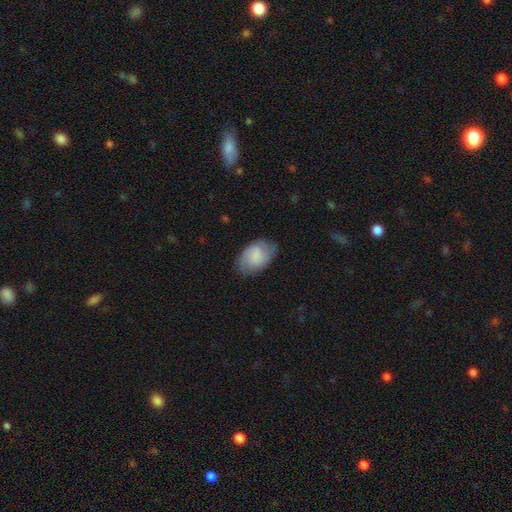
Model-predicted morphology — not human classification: This is likely a smooth galaxy (64%). How rounded: clearly in between (89%). Merging: likely none (73%).